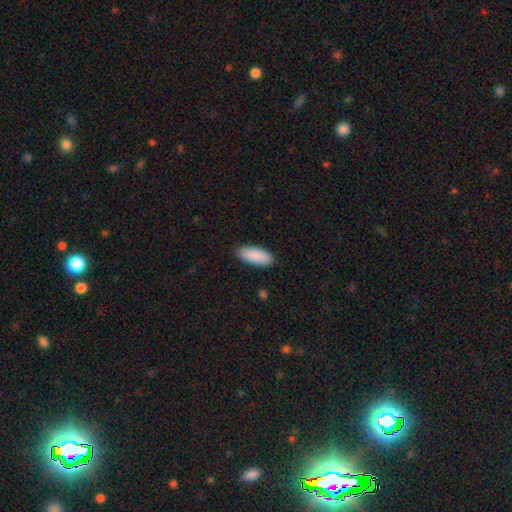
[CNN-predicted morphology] smooth 90%, star or artifact 6%, featured or disk 4%. Down the decision tree: how rounded — in between (82%); merging — none (89%).